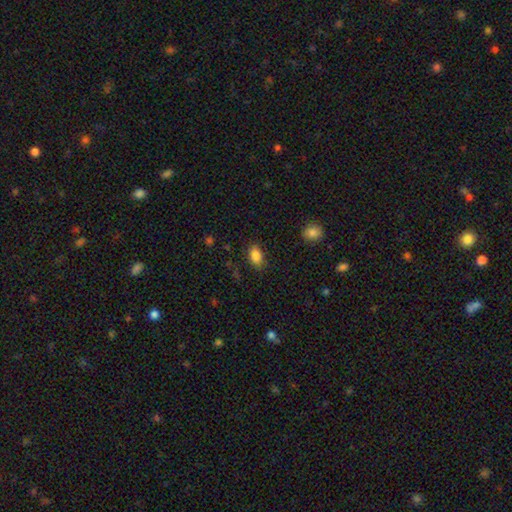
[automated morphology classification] This appears to be a smooth galaxy with no disk features (86%) that is in between round and cigar-shaped (88%). Merging: none (83%).